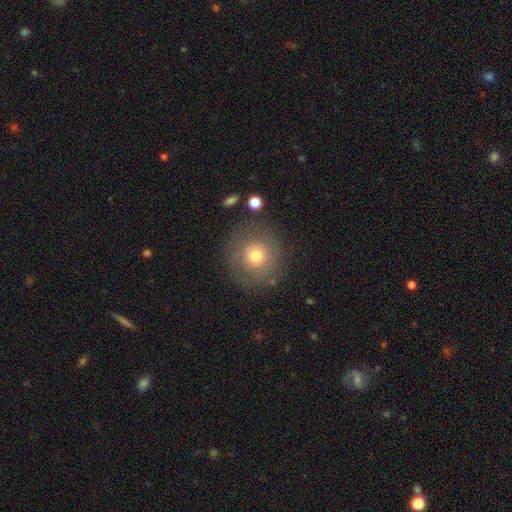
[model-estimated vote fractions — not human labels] Smooth or featured? smooth (68%)
How rounded? round (92%)
Merging? none (82%)